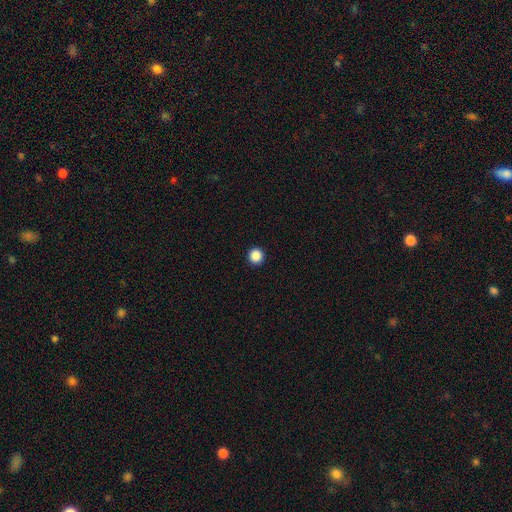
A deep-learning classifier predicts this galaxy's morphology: Smooth or featured?
  - smooth: 88% *
  - star or artifact: 10%
  - featured or disk: 2%
How rounded?
  - round: 96% *
  - in between: 3%
  - cigar-shaped: 1%
Merging?
  - none: 94% *
  - minor disturbance: 4%
  - major disturbance: 1%
  - merger: 1%